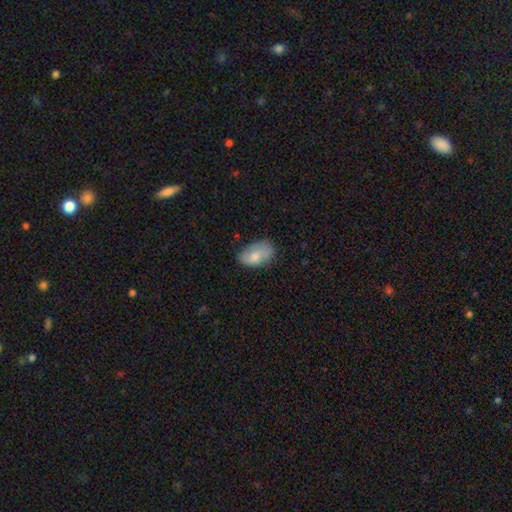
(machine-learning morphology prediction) Smooth or featured?
  - smooth: 79% *
  - featured or disk: 14%
  - star or artifact: 7%
How rounded?
  - in between: 92% *
  - round: 7%
  - cigar-shaped: 1%
Merging?
  - none: 63% *
  - minor disturbance: 28%
  - major disturbance: 7%
  - merger: 2%